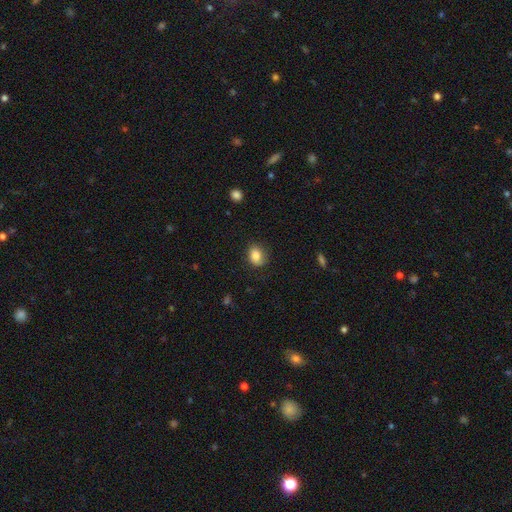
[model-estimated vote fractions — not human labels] Smooth or featured? smooth (82%)
How rounded? in between (59%)
Merging? none (72%)